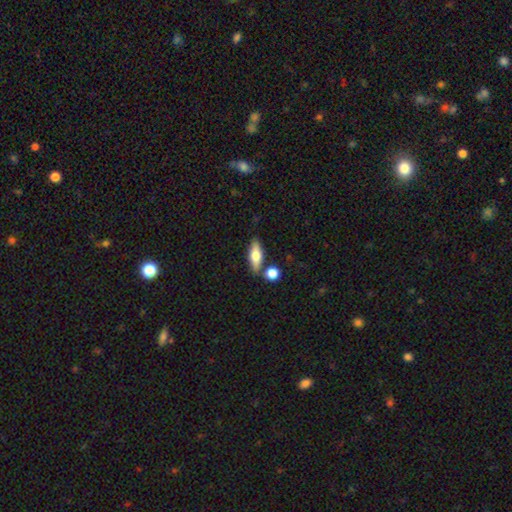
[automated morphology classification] This appears to be a smooth galaxy with no disk features (59%) that is in between round and cigar-shaped (61%). Merging: none (75%).